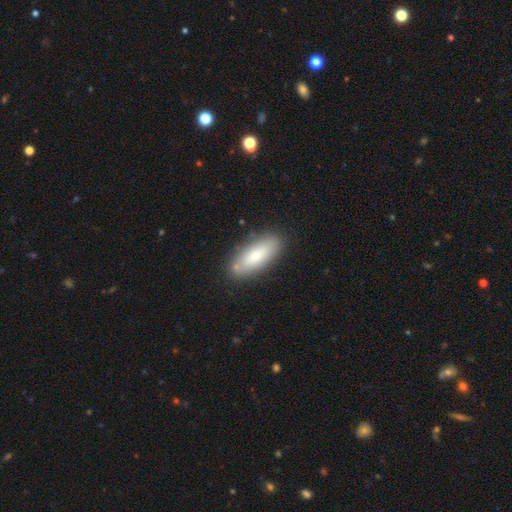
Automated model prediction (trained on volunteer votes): This is likely a smooth galaxy (77%). How rounded: likely in between (74%). Merging: clearly none (81%).